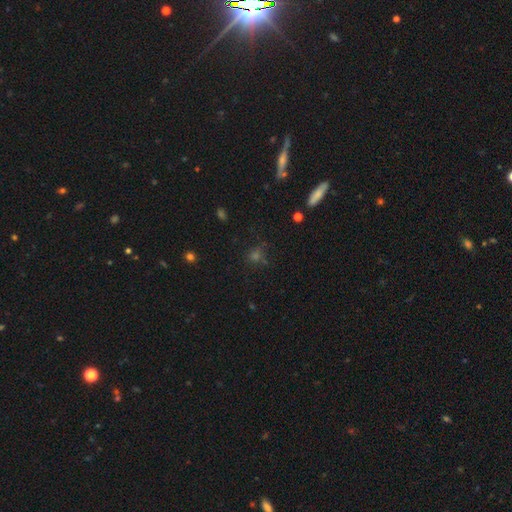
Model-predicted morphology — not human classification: Q: Smooth or featured?
A: smooth (45%); runner-up: star or artifact (40%)
Q: Merging?
A: none (71%); runner-up: minor disturbance (14%)